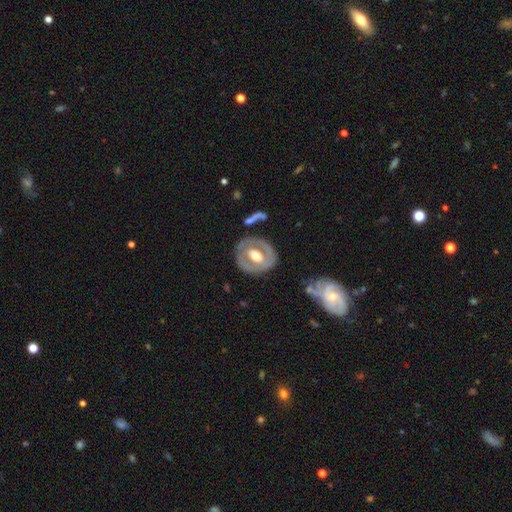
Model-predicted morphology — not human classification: Smooth or featured?
  - featured or disk: 65% *
  - smooth: 30%
  - star or artifact: 5%
Edge-on disk?
  - no: 94% *
  - yes: 6%
Bar?
  - no: 49% *
  - weak: 33%
  - strong: 18%
Spiral arms?
  - no: 68% *
  - yes: 32%
Bulge size?
  - moderate: 65% *
  - large: 25%
  - small: 7%
  - dominant: 2%
  - none: 1%
Merging?
  - none: 72% *
  - minor disturbance: 17%
  - major disturbance: 8%
  - merger: 3%